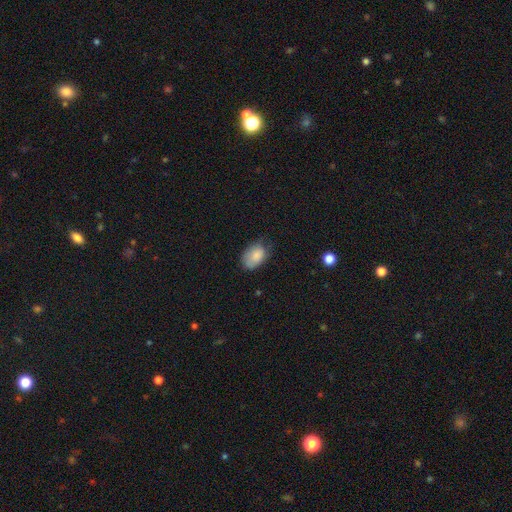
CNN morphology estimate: Smooth or featured?
  - smooth: 83% *
  - featured or disk: 9%
  - star or artifact: 7%
How rounded?
  - in between: 88% *
  - round: 11%
  - cigar-shaped: 1%
Merging?
  - none: 56% *
  - minor disturbance: 33%
  - major disturbance: 10%
  - merger: 1%